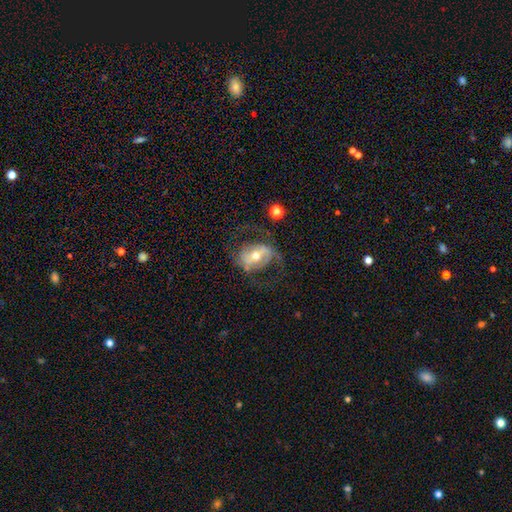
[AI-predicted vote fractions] Smooth or featured?
  - featured or disk: 74% *
  - smooth: 19%
  - star or artifact: 7%
Edge-on disk?
  - no: 95% *
  - yes: 5%
Bar?
  - strong: 39% *
  - weak: 36%
  - no: 25%
Spiral arms?
  - yes: 79% *
  - no: 21%
Spiral winding?
  - medium: 43% *
  - loose: 42%
  - tight: 15%
Spiral arm count?
  - 2: 82% *
  - can't tell: 9%
  - 1: 6%
  - 3: 2%
  - 4: 1%
  - more than 4: 1%
Bulge size?
  - moderate: 65% *
  - small: 28%
  - large: 5%
  - dominant: 1%
  - none: 1%
Merging?
  - none: 57% *
  - major disturbance: 22%
  - minor disturbance: 18%
  - merger: 3%